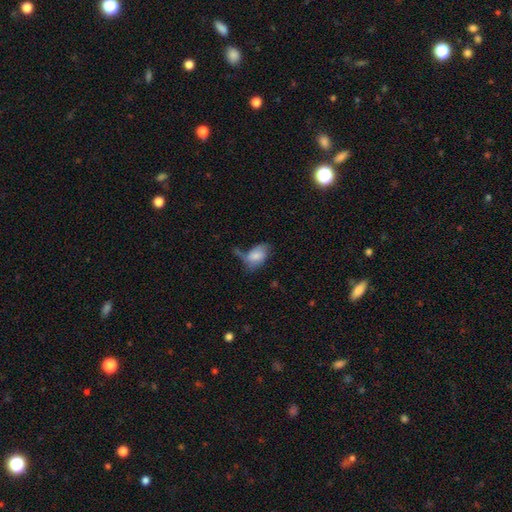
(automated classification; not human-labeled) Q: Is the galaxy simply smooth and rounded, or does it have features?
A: smooth — 71%.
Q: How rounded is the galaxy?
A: in between — 91%.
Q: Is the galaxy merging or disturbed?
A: none — 33%.